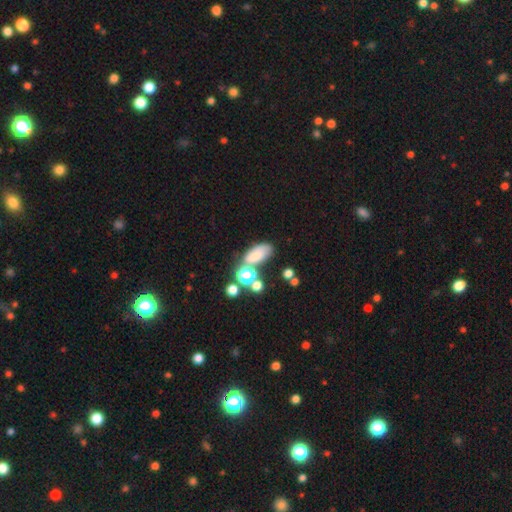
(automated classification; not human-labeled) A smooth galaxy with no disk features (69%) that is in between round and cigar-shaped (81%). Merging: none (48%).